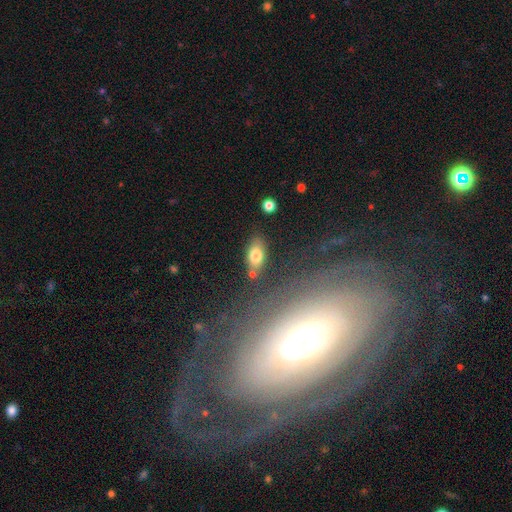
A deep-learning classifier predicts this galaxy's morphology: Smooth or featured? smooth (79%)
How rounded? in between (89%)
Merging? none (75%)